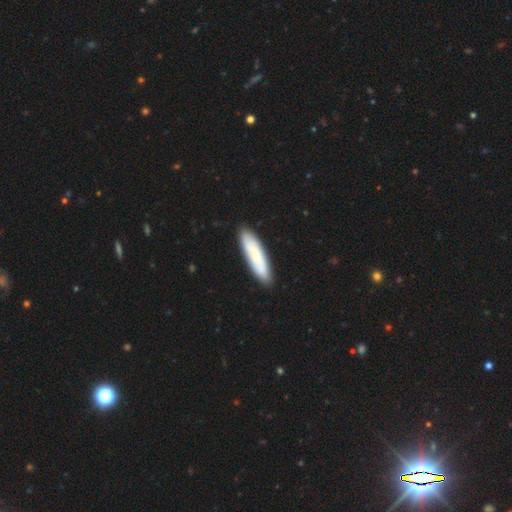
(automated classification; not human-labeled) Smooth or featured? smooth (71%)
How rounded? cigar-shaped (74%)
Merging? none (87%)